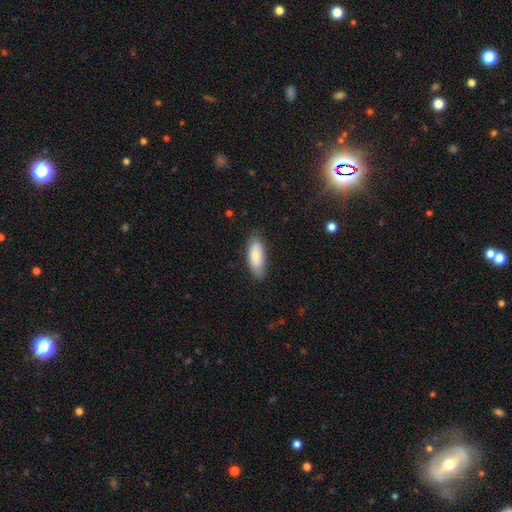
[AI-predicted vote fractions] smooth_or_featured: smooth (p=0.80) [alt: featured or disk p=0.14]
how_rounded: in between (p=0.79) [alt: cigar-shaped p=0.19]
merging: none (p=0.78) [alt: minor disturbance p=0.17]